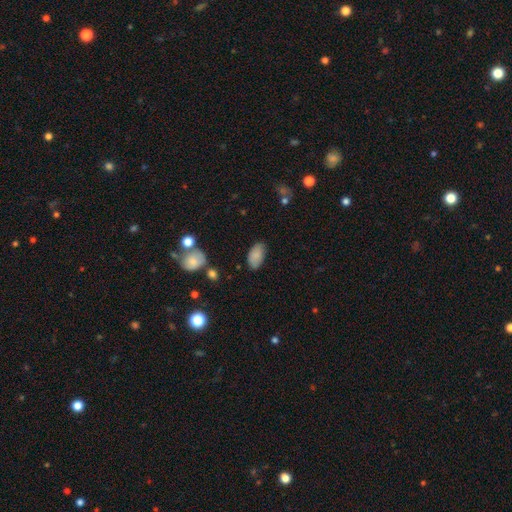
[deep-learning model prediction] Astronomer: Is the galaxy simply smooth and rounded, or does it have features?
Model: smooth — 83%.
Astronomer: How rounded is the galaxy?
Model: in between — 94%.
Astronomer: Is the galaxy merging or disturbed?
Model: none — 75%.